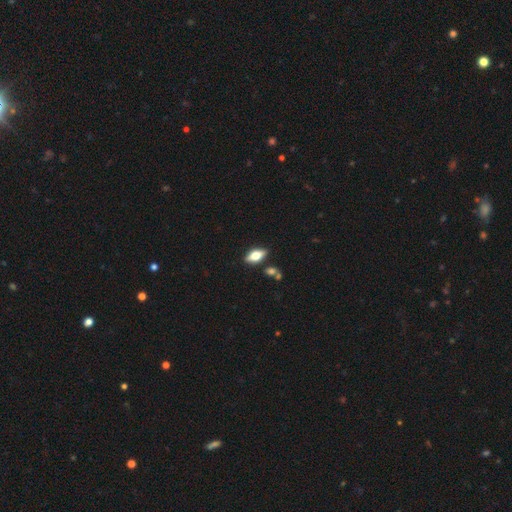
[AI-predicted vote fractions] The model was most divided on "smooth or featured": smooth: 54%, featured or disk: 38%, star or artifact: 8%. More confident: merging — none (82%); how rounded — in between (80%).